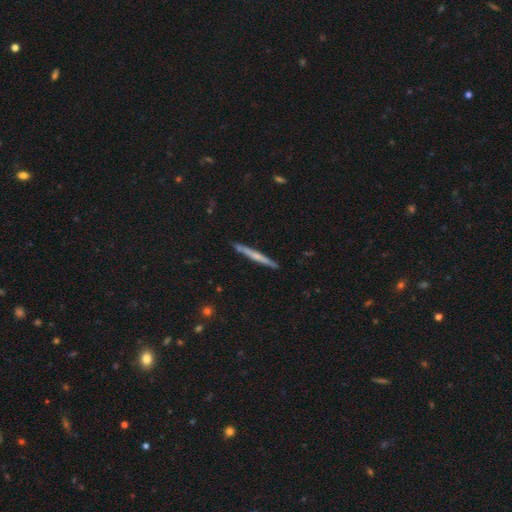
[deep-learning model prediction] This is possibly a featured or disk galaxy (54%). It is clearly viewed edge-on (97%). Edge-on bulge: possibly none (56%). Merging: clearly none (87%).